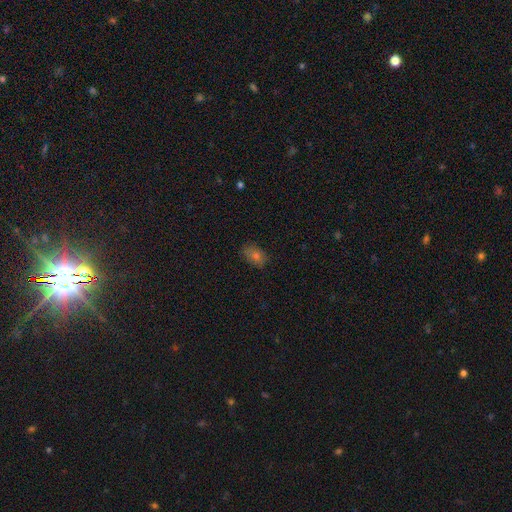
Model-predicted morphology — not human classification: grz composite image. It shows a smooth galaxy with no disk features (67%) that is in between round and cigar-shaped (79%). Merging: none (79%).